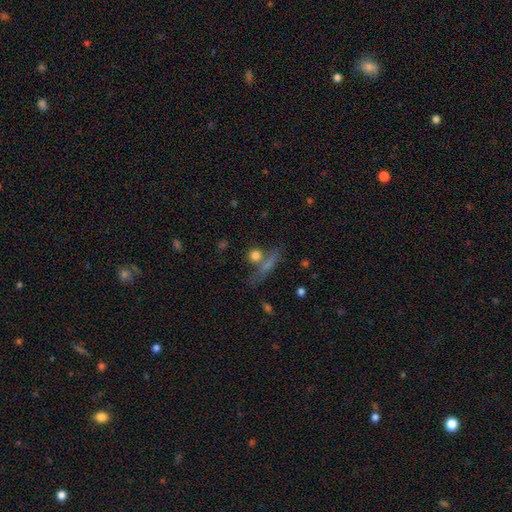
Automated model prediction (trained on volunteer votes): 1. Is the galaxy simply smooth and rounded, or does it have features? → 76% smooth, 13% star or artifact, 12% featured or disk.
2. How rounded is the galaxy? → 74% round, 17% in between, 9% cigar-shaped.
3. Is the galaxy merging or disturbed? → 54% none, 26% merger, 12% minor disturbance, 8% major disturbance.